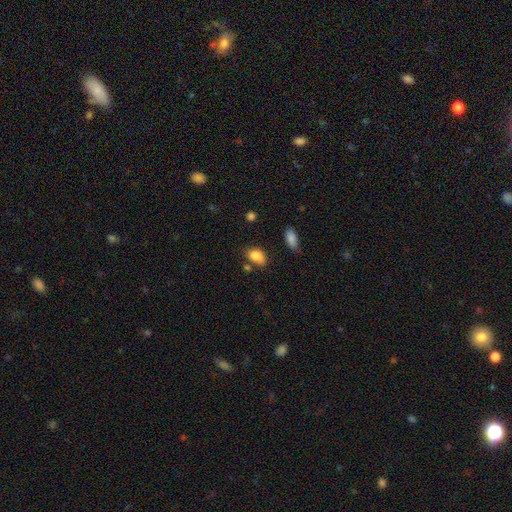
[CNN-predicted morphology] Smooth or featured: smooth — 83% (star or artifact — 9%)
How rounded: in between — 84% (round — 14%)
Merging: none — 56% (minor disturbance — 26%)